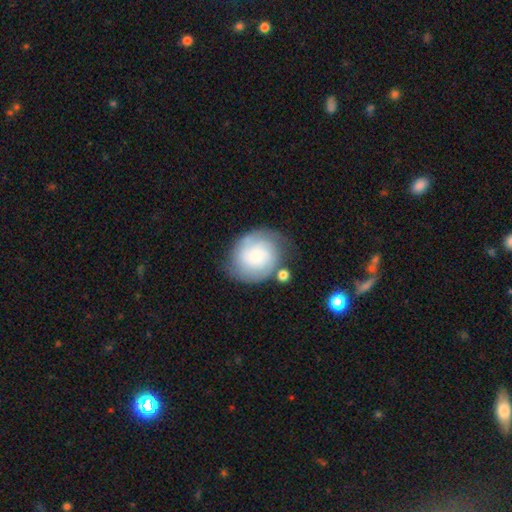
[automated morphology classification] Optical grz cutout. It shows a featured or disk galaxy (48%). Merging: none (63%).